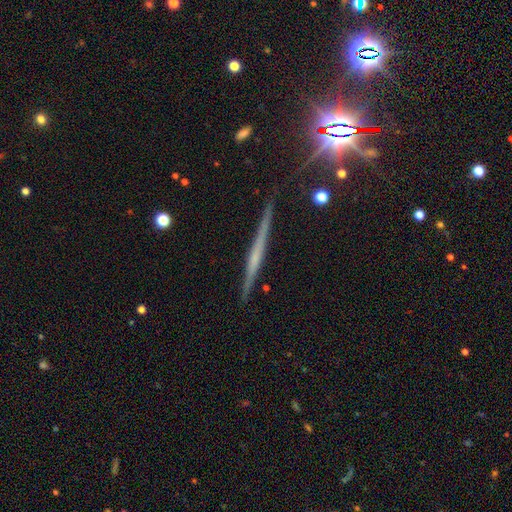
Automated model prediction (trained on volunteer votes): featured or disk 63%, smooth 26%, star or artifact 11%. Down the decision tree: edge-on disk — yes (97%); edge-on bulge — none (69%); merging — none (89%).